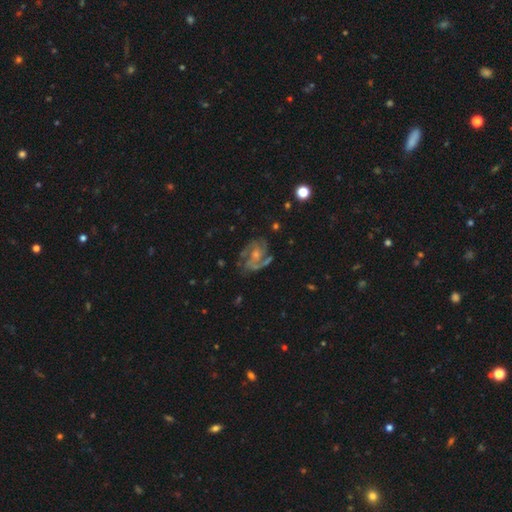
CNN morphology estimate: featured or disk 82%, smooth 10%, star or artifact 8%. Down the decision tree: edge-on disk — no (98%); bar — no (63%); spiral arms — yes (93%); spiral arm count — 2 (36%); spiral winding — medium (49%); bulge size — small (46%, tied with moderate); merging — none (62%).